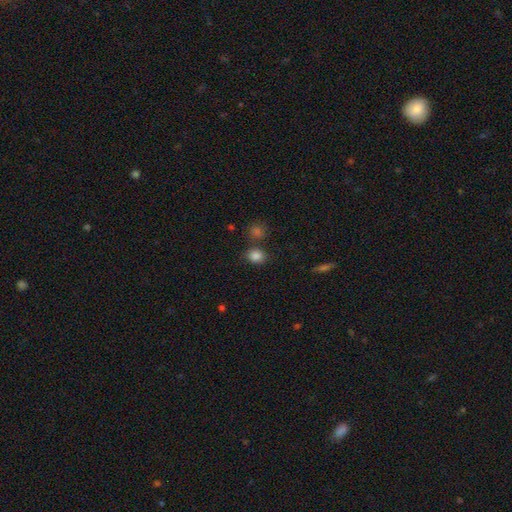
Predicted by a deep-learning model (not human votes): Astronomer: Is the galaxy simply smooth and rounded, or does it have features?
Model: smooth — 84%.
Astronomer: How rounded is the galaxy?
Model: round — 53% (runner-up: in between, 46%).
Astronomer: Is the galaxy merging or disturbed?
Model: none — 73%.